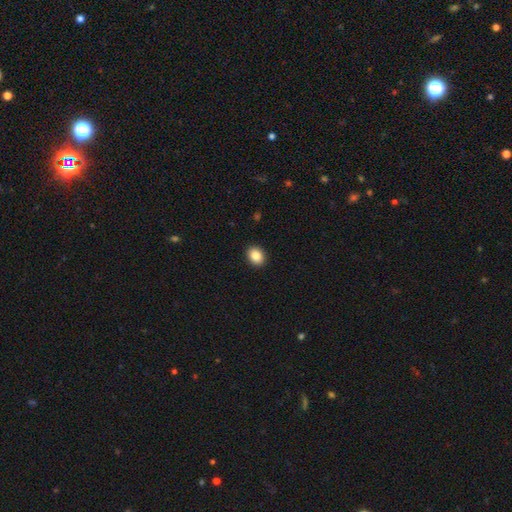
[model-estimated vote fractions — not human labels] Morphology: type=smooth (87%); roundness=in between (57%); merging=none (92%).